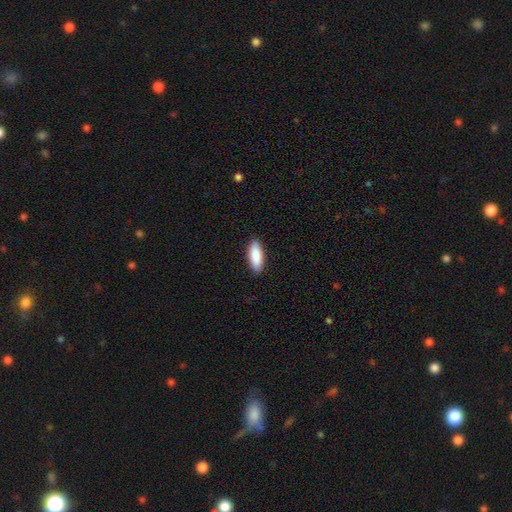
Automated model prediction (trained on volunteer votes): Smooth or featured? smooth (89%)
How rounded? in between (72%)
Merging? none (90%)